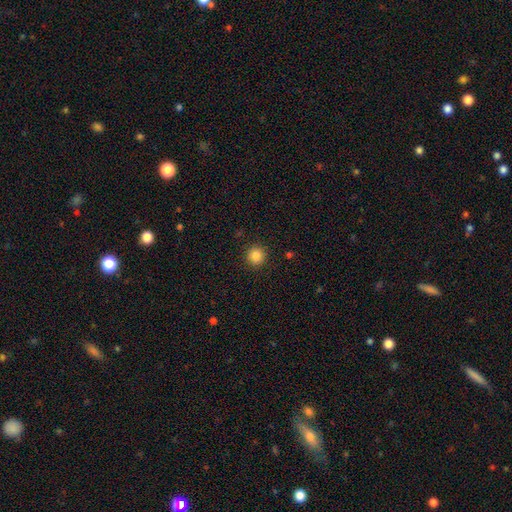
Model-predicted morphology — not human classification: type=smooth (85%); roundness=round (94%); merging=none (92%).